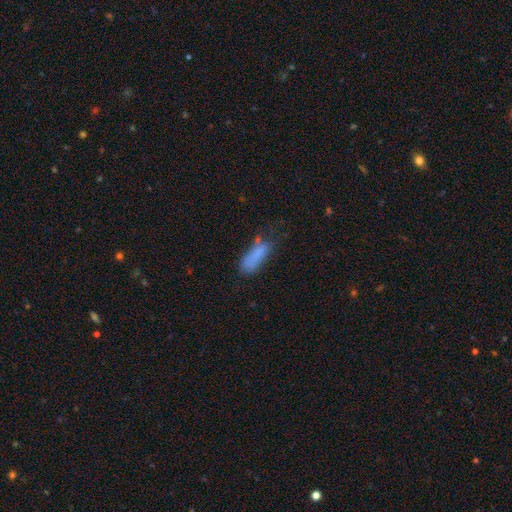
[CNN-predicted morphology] type=smooth (76%); roundness=in between (62%); merging=none (41%).